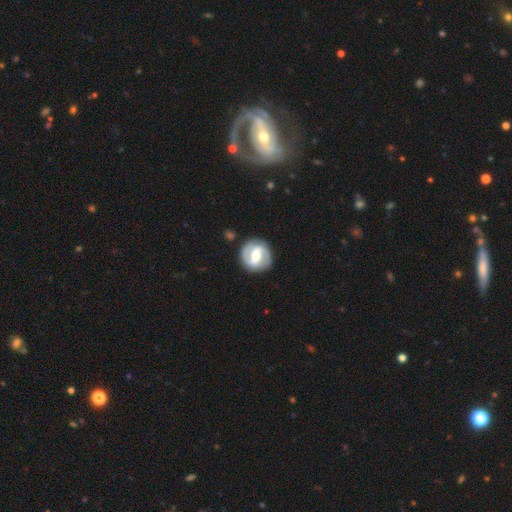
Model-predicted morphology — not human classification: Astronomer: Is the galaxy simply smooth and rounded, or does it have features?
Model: featured or disk — 79%.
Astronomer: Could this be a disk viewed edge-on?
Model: no — 97%.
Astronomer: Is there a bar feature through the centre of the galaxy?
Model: strong — 56% (runner-up: weak, 34%).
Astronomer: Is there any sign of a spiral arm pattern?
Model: yes — 87%.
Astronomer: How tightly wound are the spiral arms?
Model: medium — 42% (runner-up: tight, 41%).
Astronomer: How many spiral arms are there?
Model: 2 — 88%.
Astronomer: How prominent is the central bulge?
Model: moderate — 57%.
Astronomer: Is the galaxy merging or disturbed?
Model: none — 85%.